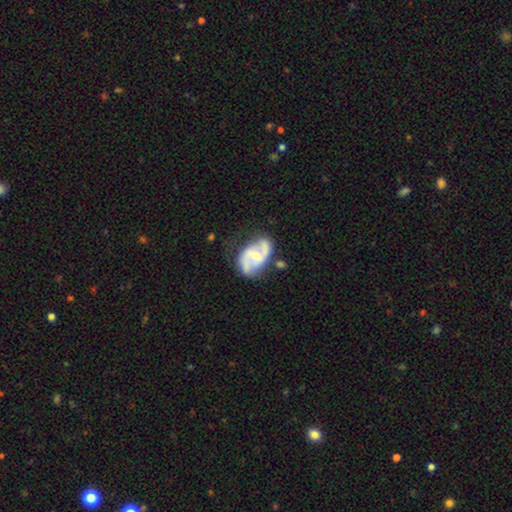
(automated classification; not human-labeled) Smooth or featured? featured or disk (80%)
Edge-on disk? no (97%)
Bar? weak (43%)
Spiral arms? yes (86%)
Spiral winding? medium (48%)
Spiral arm count? 2 (85%)
Bulge size? moderate (57%)
Merging? none (59%)